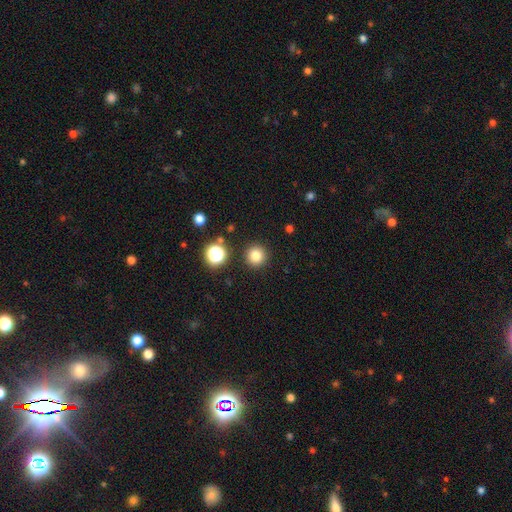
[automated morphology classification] A smooth galaxy with no disk features (81%) that is round (95%). Merging: none (91%).